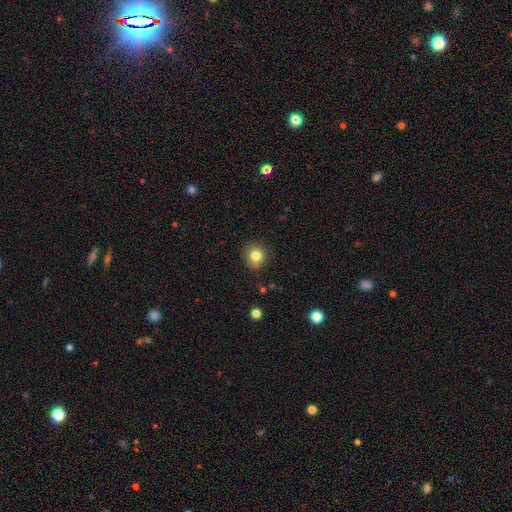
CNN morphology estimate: This is clearly a smooth galaxy (81%). How rounded: clearly round (89%). Merging: clearly none (83%).